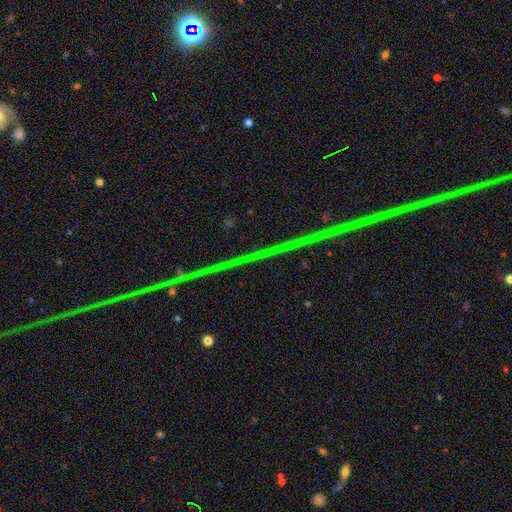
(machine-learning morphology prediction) star or artifact 87%, featured or disk 8%, smooth 5%.